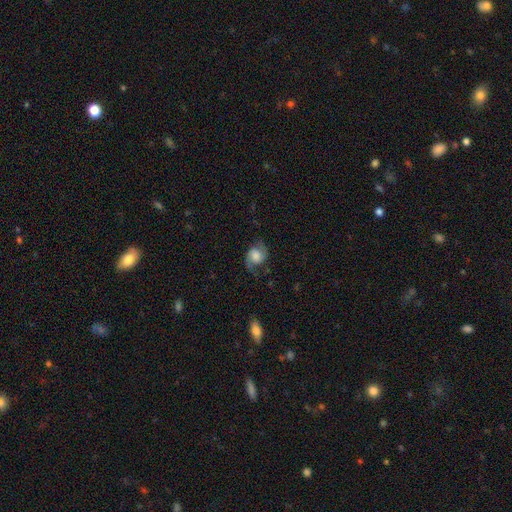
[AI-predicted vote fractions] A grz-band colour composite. It shows a featured or disk galaxy (62%) with no bar (61%), 2 (88%) loose (43%) spiral arms (93%) and a large central bulge (37%). Merging: none (66%).